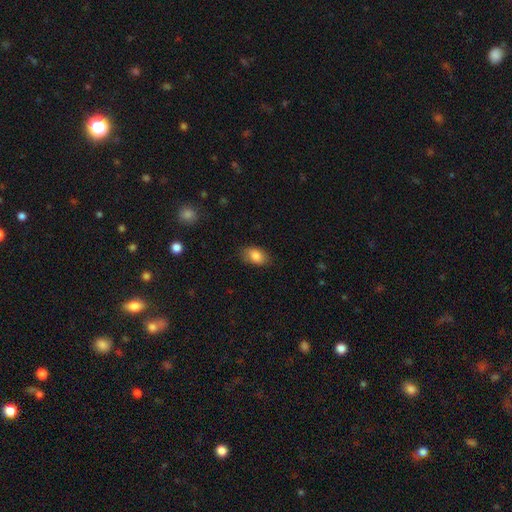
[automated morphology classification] Overall: smooth (85%). How rounded: in between (89%). Merging: none (80%).